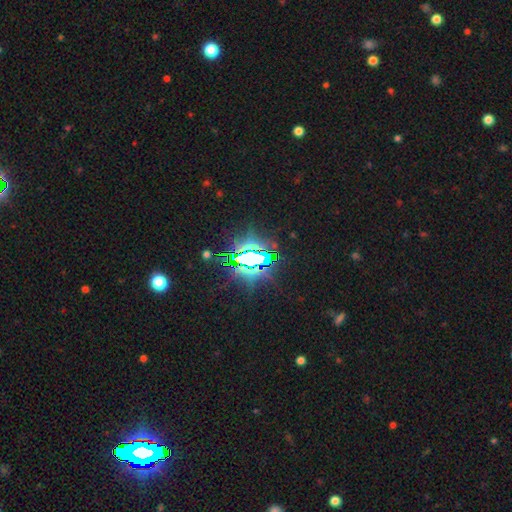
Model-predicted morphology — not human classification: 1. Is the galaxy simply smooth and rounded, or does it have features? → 86% star or artifact, 7% smooth, 7% featured or disk.